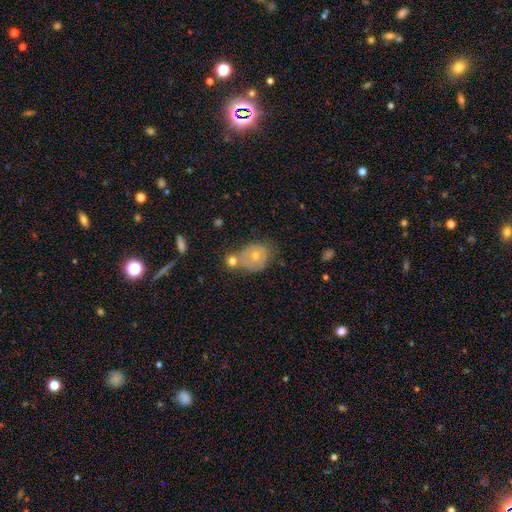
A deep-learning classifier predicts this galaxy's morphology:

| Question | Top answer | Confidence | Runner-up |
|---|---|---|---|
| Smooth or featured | smooth | 62% | featured or disk (29%) |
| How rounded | round | 66% | in between (33%) |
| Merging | merger | 39% | none (36%) |